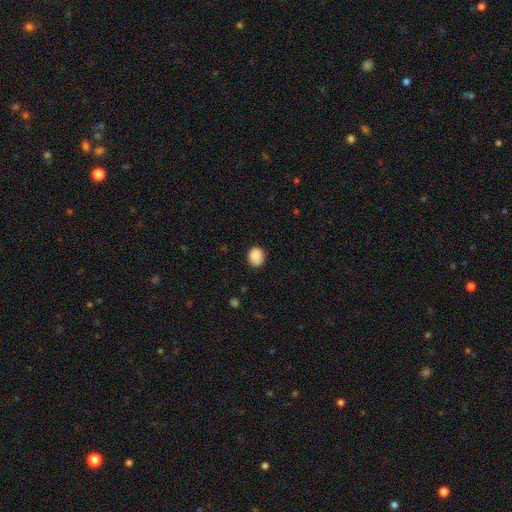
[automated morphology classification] Overall: smooth (87%). How rounded: round (65%; in between 34%). Merging: none (80%).